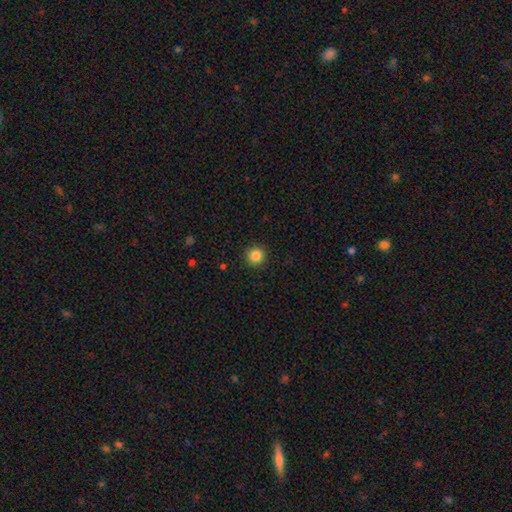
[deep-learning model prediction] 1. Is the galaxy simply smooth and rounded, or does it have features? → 85% smooth, 11% star or artifact, 4% featured or disk.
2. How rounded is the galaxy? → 95% round, 4% in between, 1% cigar-shaped.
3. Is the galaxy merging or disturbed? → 92% none, 5% minor disturbance, 2% major disturbance, 1% merger.